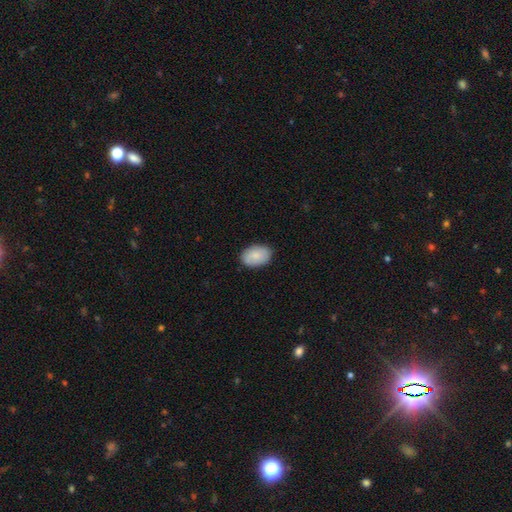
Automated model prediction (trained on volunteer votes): smooth-or-featured: smooth: 82% | featured or disk: 12% | star or artifact: 6%
  how-rounded: in between: 88% | round: 11% | cigar-shaped: 1%
  merging: none: 86% | minor disturbance: 11% | major disturbance: 2% | merger: 1%